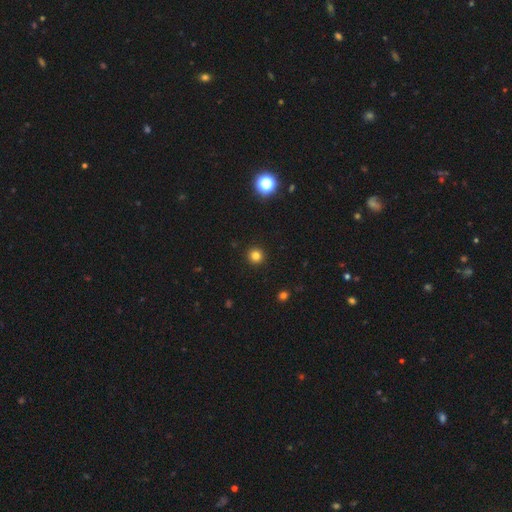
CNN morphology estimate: A smooth galaxy with no disk features (81%) that is round (95%).

Vote fractions:
- Smooth or featured? smooth: 81% / star or artifact: 14% / featured or disk: 5%
- How rounded? round: 95% / in between: 4% / cigar-shaped: 1%
- Merging? none: 93% / minor disturbance: 4% / major disturbance: 2% / merger: 1%